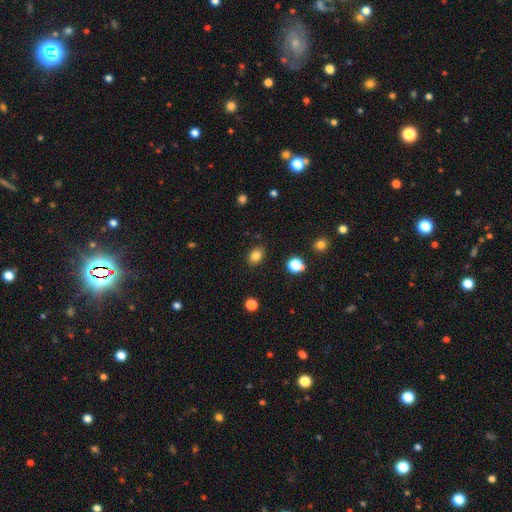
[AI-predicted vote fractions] Smooth or featured: smooth — 82% (star or artifact — 12%)
How rounded: in between — 65% (round — 34%)
Merging: none — 85% (minor disturbance — 10%)